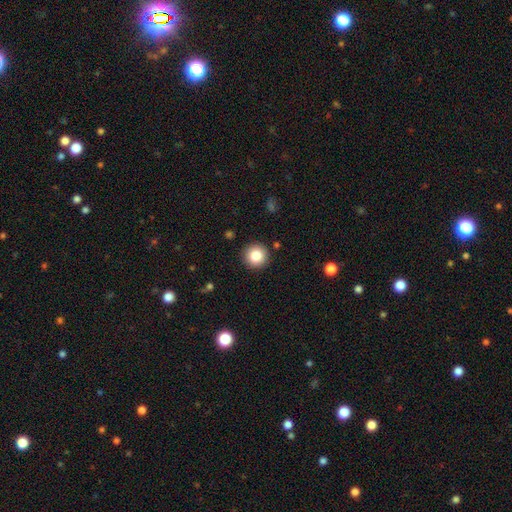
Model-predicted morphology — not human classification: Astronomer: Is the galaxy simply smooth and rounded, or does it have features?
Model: smooth — 84%.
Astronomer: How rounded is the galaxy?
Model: round — 96%.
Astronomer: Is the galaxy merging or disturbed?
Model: none — 91%.